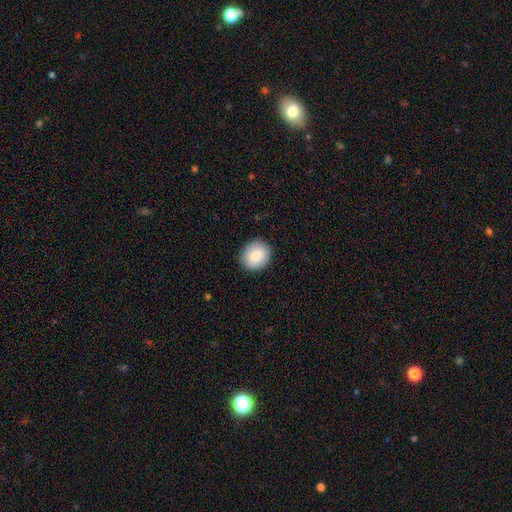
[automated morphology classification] Overall: smooth (84%). How rounded: round (76%). Merging: none (89%).